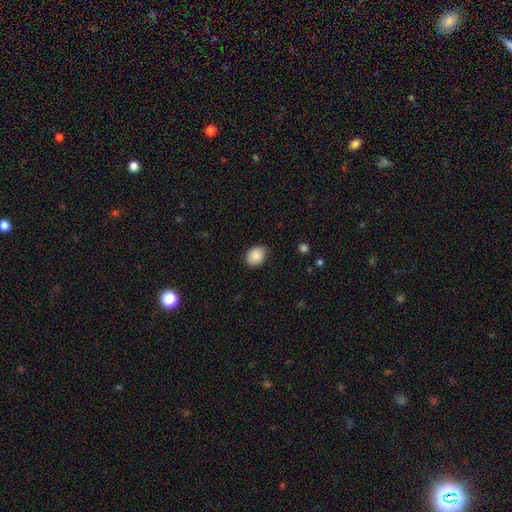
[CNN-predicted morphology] Overall: smooth (87%). How rounded: in between (53%; round 46%). Merging: none (79%).